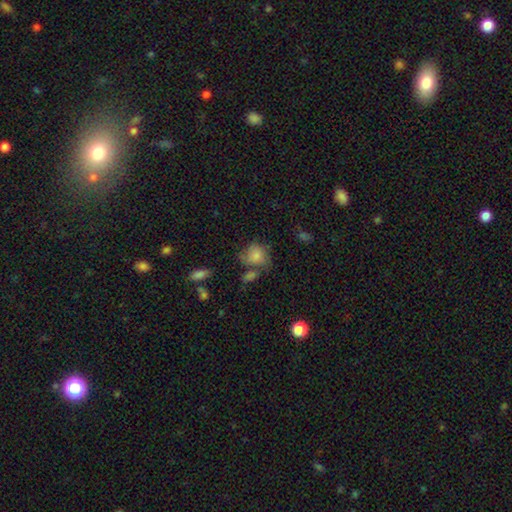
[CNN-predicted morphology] Smooth or featured? smooth (73%)
How rounded? round (62%)
Merging? none (41%)